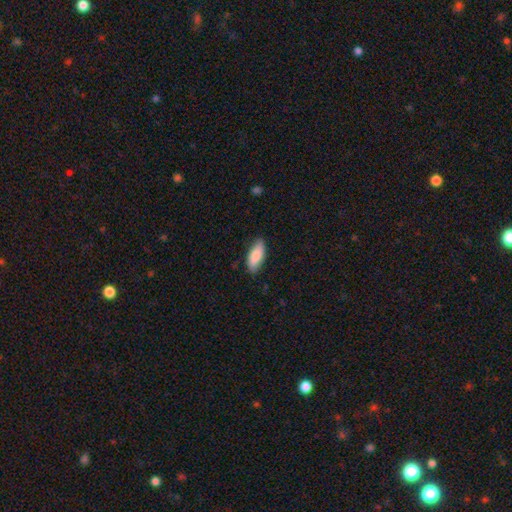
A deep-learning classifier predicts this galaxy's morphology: smooth 84%, featured or disk 10%, star or artifact 6%. Down the decision tree: how rounded — in between (81%); merging — none (83%).